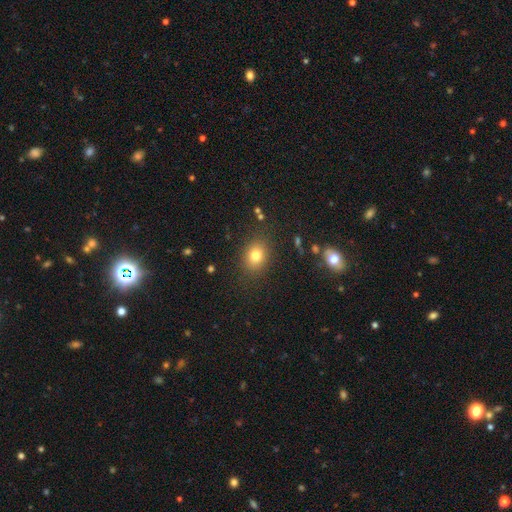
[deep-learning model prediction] This is likely a smooth galaxy (79%). How rounded: possibly round (51%). Merging: clearly none (85%).